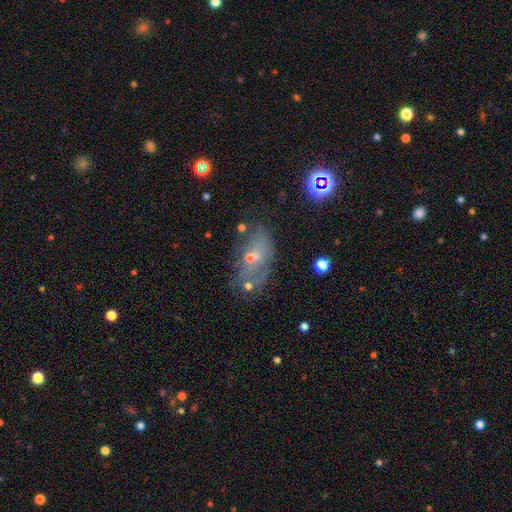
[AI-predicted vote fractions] A featured or disk galaxy (48%).

Vote fractions:
- Smooth or featured? featured or disk: 48% / smooth: 33% / star or artifact: 19%
- Merging? none: 50% / minor disturbance: 25% / major disturbance: 16% / merger: 10%